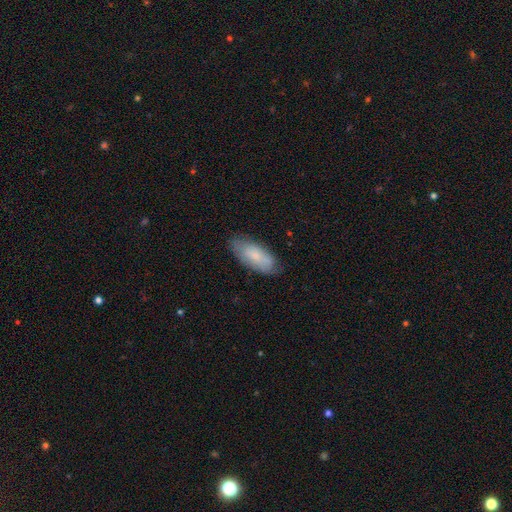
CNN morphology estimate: Q: Smooth or featured?
A: smooth (77%); runner-up: featured or disk (17%)
Q: How rounded?
A: in between (83%); runner-up: cigar-shaped (15%)
Q: Merging?
A: none (78%); runner-up: minor disturbance (18%)